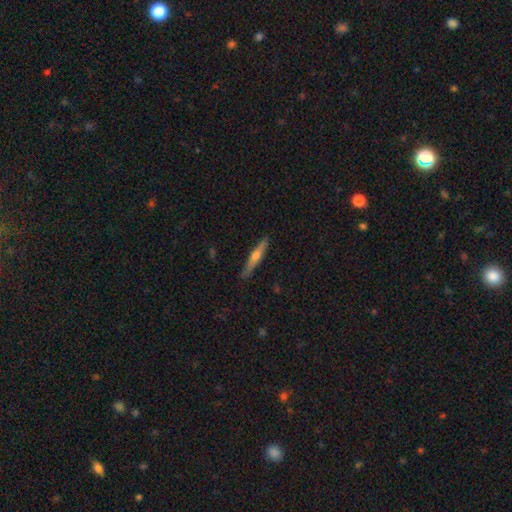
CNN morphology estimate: Smooth or featured?
  - featured or disk: 61% *
  - smooth: 33%
  - star or artifact: 6%
Edge-on disk?
  - yes: 96% *
  - no: 4%
Edge-on bulge?
  - rounded: 85% *
  - none: 10%
  - boxy: 5%
Merging?
  - none: 89% *
  - minor disturbance: 8%
  - major disturbance: 2%
  - merger: 1%